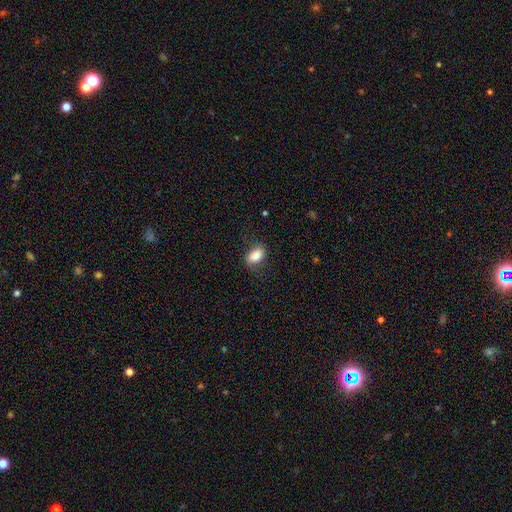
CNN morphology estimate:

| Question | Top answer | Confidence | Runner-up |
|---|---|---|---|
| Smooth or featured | smooth | 84% | star or artifact (8%) |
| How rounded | in between | 87% | round (11%) |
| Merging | none | 77% | minor disturbance (17%) |